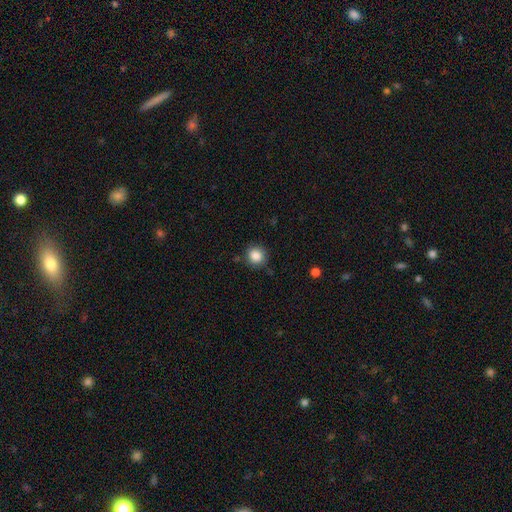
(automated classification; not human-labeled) The model was most divided on "merging": none: 82%, minor disturbance: 12%, major disturbance: 3%, merger: 2%. More confident: how rounded — round (90%); smooth or featured — smooth (86%).